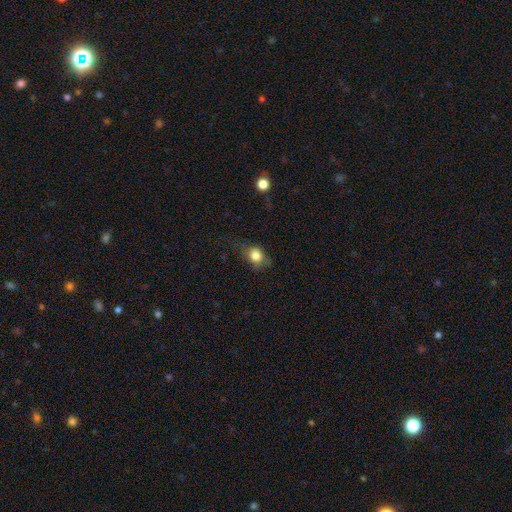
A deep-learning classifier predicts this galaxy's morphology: Overall: smooth (80%). How rounded: round (58%; in between 40%). Merging: none (57%; minor disturbance 27%).